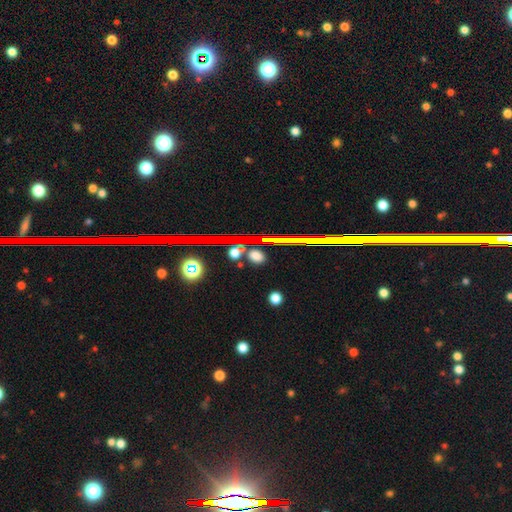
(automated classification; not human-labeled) This is likely a smooth galaxy (67%). How rounded: likely round (68%). Merging: clearly none (84%).